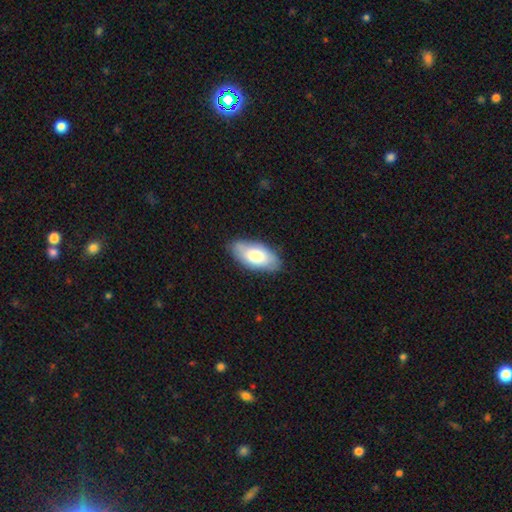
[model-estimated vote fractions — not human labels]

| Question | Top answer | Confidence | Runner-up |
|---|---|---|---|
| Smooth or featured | smooth | 75% | featured or disk (19%) |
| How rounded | in between | 92% | cigar-shaped (5%) |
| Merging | none | 82% | minor disturbance (14%) |